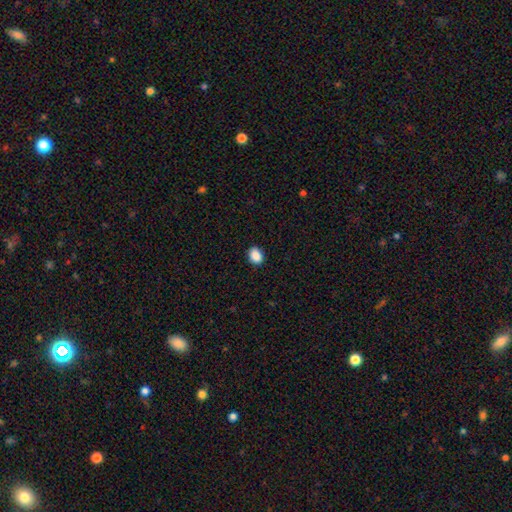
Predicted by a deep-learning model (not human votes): Overall: smooth (89%). How rounded: in between (67%; round 32%). Merging: none (90%).